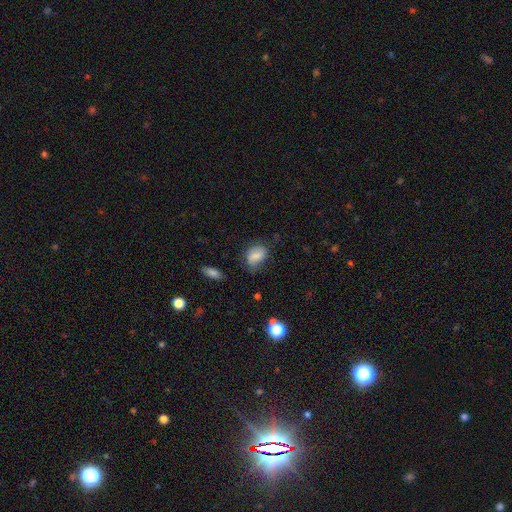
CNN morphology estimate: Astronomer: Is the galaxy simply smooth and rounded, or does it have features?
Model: smooth — 78%.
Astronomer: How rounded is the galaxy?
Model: in between — 78%.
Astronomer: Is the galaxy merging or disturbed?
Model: none — 58%.